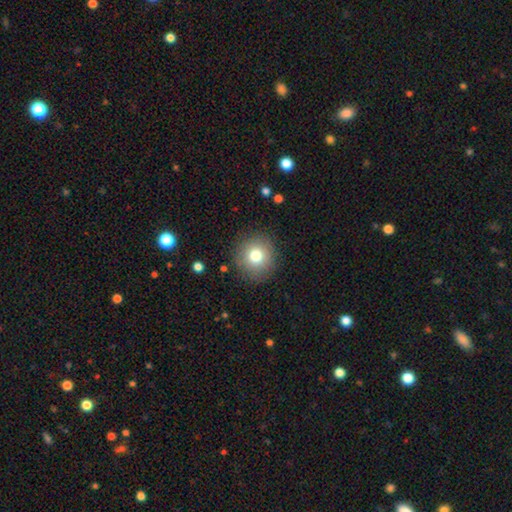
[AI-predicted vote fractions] A smooth galaxy with no disk features (76%) that is round (92%).

Vote fractions:
- Smooth or featured? smooth: 76% / featured or disk: 12% / star or artifact: 12%
- How rounded? round: 92% / in between: 7% / cigar-shaped: 1%
- Merging? none: 88% / minor disturbance: 8% / major disturbance: 3% / merger: 1%